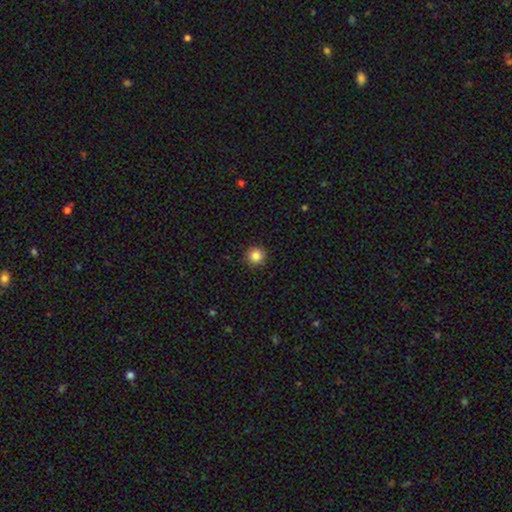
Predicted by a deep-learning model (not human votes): A smooth galaxy with no disk features (85%) that is round (95%).

Vote fractions:
- Smooth or featured? smooth: 85% / star or artifact: 11% / featured or disk: 4%
- How rounded? round: 95% / in between: 4% / cigar-shaped: 1%
- Merging? none: 91% / minor disturbance: 6% / major disturbance: 2% / merger: 1%